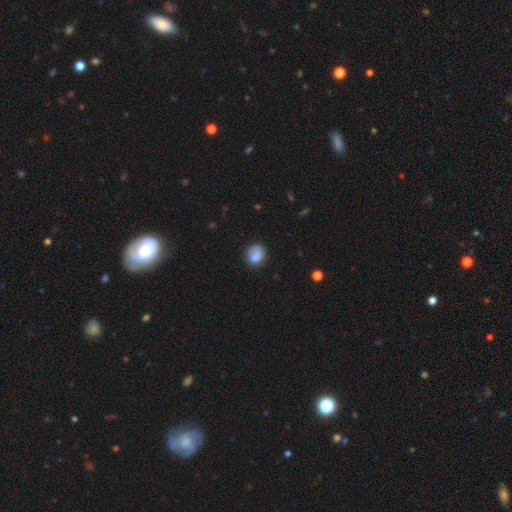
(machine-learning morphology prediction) type=smooth (76%); roundness=round (72%); merging=none (57%).